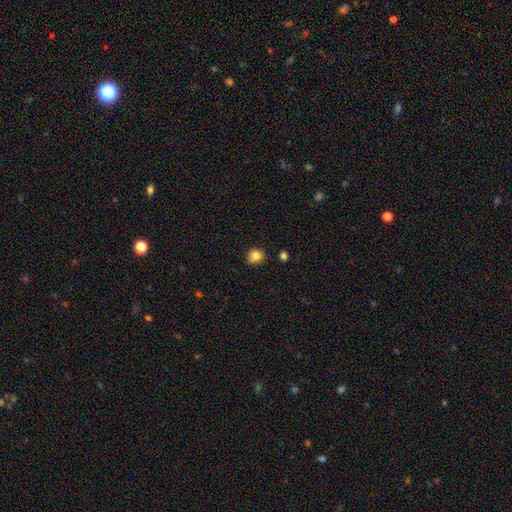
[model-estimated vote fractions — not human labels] Smooth or featured? Predicted: smooth (p=0.83). How rounded? Predicted: round (p=0.84). Merging? Predicted: none (p=0.86).